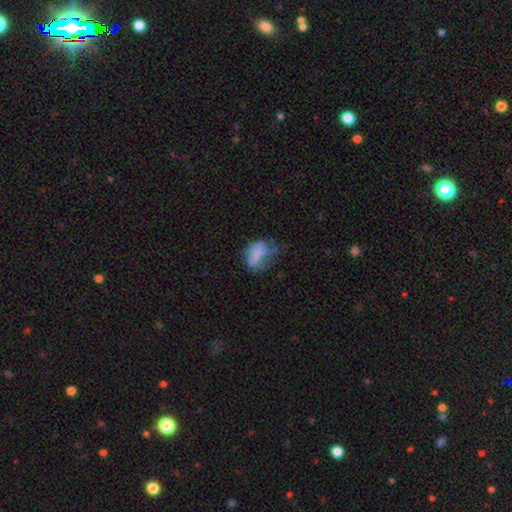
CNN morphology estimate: The model was most divided on "merging": major disturbance: 40%, minor disturbance: 29%, none: 27%, merger: 5%. More confident: how rounded — in between (81%); smooth or featured — smooth (62%).